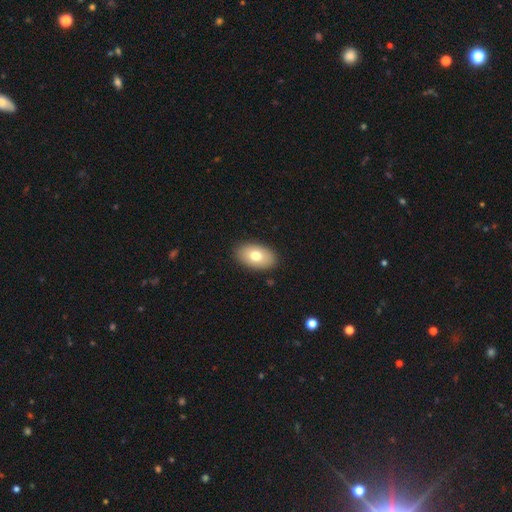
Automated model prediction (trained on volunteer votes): Smooth or featured?
  - smooth: 74% *
  - featured or disk: 19%
  - star or artifact: 7%
How rounded?
  - in between: 92% *
  - round: 7%
  - cigar-shaped: 1%
Merging?
  - none: 89% *
  - minor disturbance: 8%
  - major disturbance: 2%
  - merger: 1%